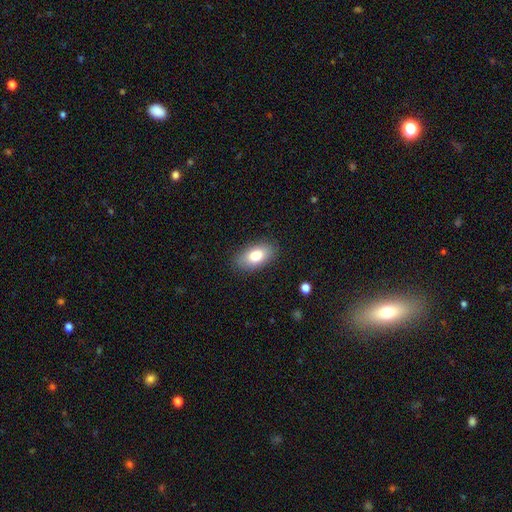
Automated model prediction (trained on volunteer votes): smooth_or_featured: smooth (p=0.81) [alt: featured or disk p=0.12]
how_rounded: in between (p=0.93) [alt: round p=0.04]
merging: none (p=0.85) [alt: minor disturbance p=0.11]